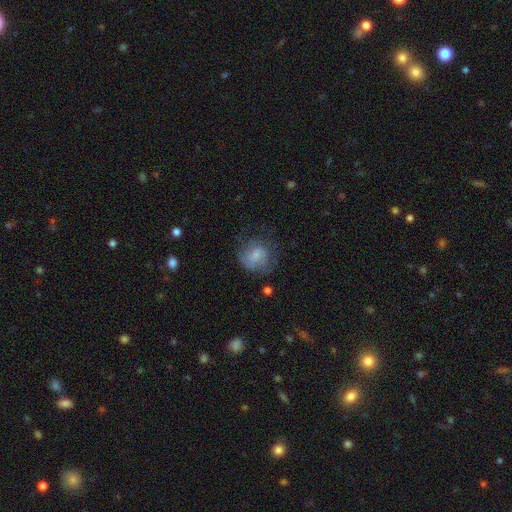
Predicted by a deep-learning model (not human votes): Smooth or featured? Predicted: smooth (p=0.57). How rounded? Predicted: round (p=0.77). Merging? Predicted: none (p=0.53).